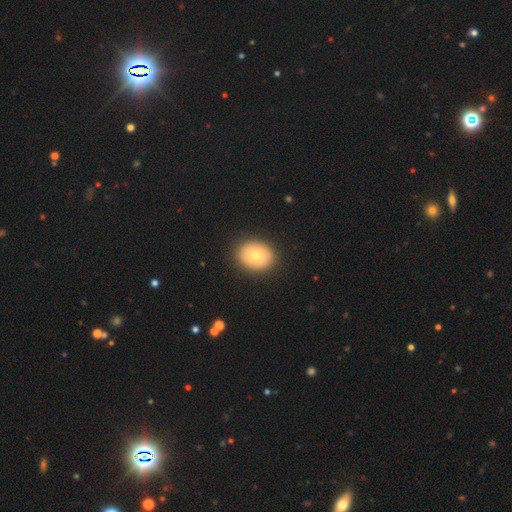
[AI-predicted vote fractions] A smooth galaxy with no disk features (74%) that is round (53%).

Vote fractions:
- Smooth or featured? smooth: 74% / featured or disk: 17% / star or artifact: 8%
- How rounded? round: 53% / in between: 46% / cigar-shaped: 1%
- Merging? none: 89% / minor disturbance: 7% / major disturbance: 2% / merger: 1%